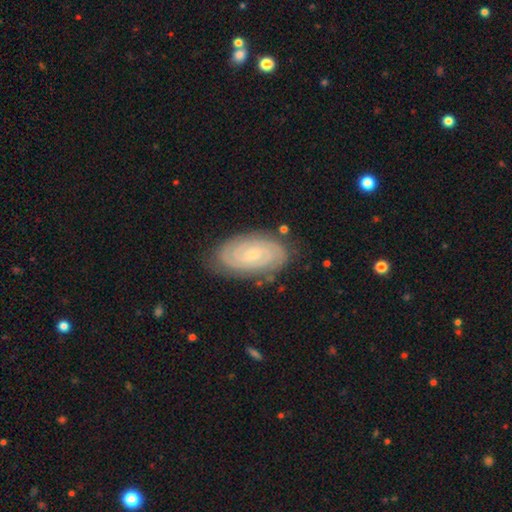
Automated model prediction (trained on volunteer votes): The model was most divided on "bar": no: 58%, weak: 33%, strong: 9%. More confident: spiral arms — yes (97%); edge-on disk — no (97%); smooth or featured — featured or disk (83%); spiral winding — tight (80%); merging — none (79%); bulge size — small (72%); spiral arm count — 2 (64%).